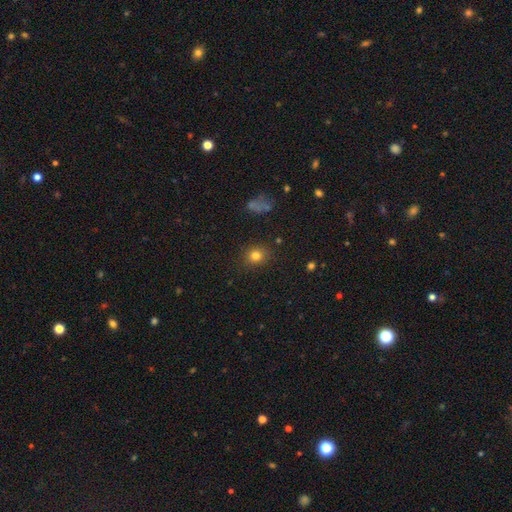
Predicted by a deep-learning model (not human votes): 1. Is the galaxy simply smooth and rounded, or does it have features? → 80% smooth, 14% star or artifact, 7% featured or disk.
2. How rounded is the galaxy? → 76% round, 23% in between, 1% cigar-shaped.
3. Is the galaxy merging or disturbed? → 86% none, 9% minor disturbance, 3% major disturbance, 2% merger.